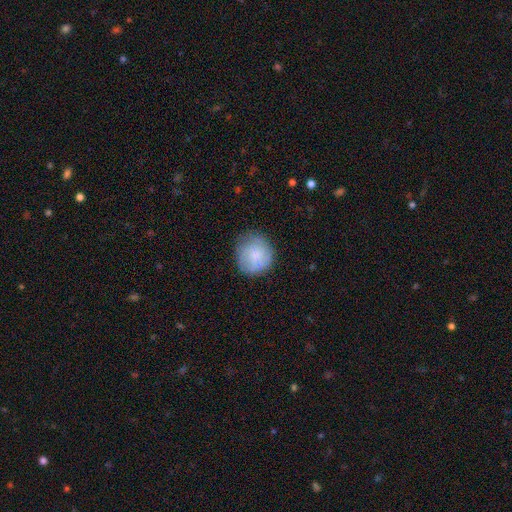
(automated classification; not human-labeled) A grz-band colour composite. It shows a smooth galaxy with no disk features (69%) that is round (88%). Merging: none (73%).